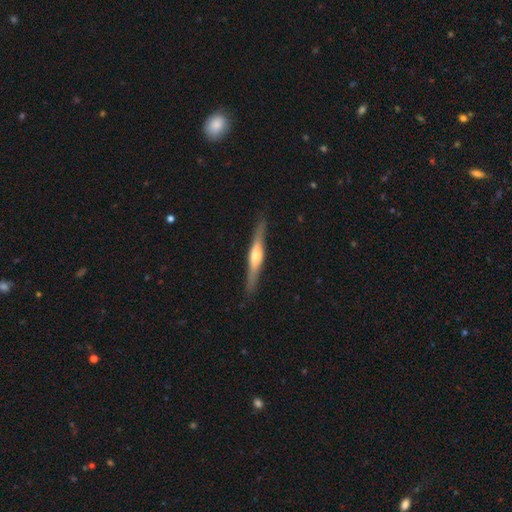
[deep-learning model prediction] featured or disk 69%, smooth 26%, star or artifact 5%. Down the decision tree: edge-on disk — yes (96%); edge-on bulge — rounded (87%); merging — none (89%).